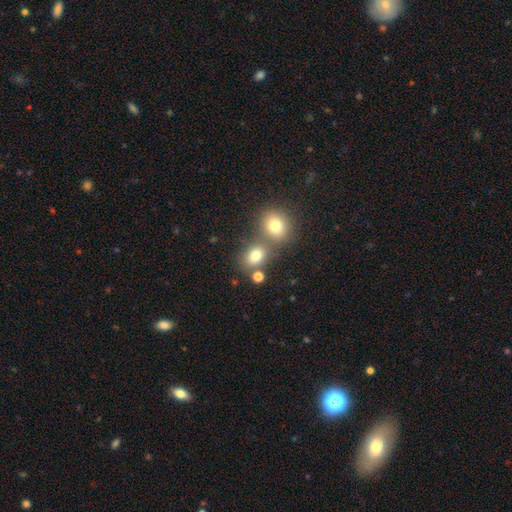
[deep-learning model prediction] Smooth or featured?
  - smooth: 77% *
  - star or artifact: 13%
  - featured or disk: 10%
How rounded?
  - round: 51% *
  - in between: 48%
  - cigar-shaped: 1%
Merging?
  - none: 52% *
  - merger: 34%
  - minor disturbance: 10%
  - major disturbance: 4%